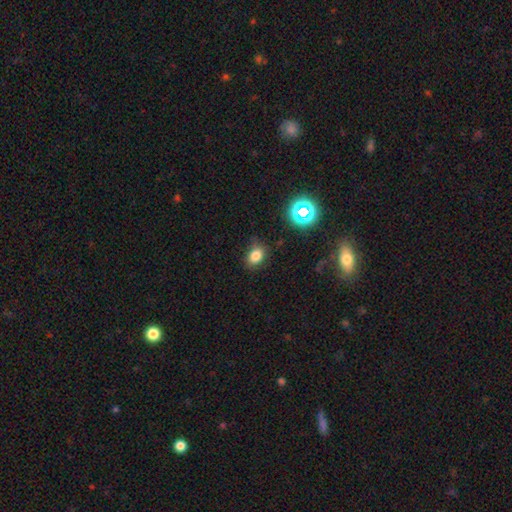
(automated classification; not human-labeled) Morphology: type=smooth (78%); roundness=in between (69%); merging=none (73%).